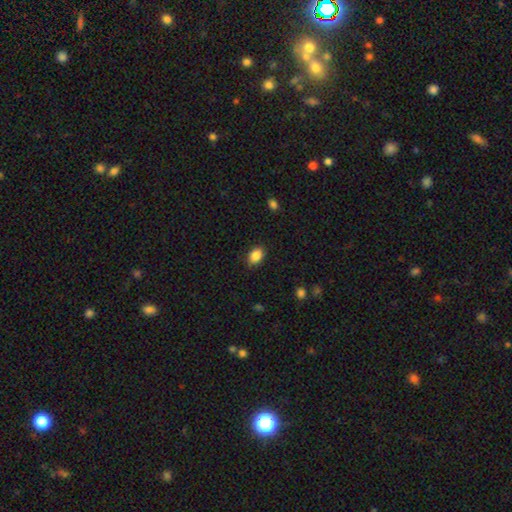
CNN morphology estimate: This appears to be a smooth galaxy with no disk features (87%) that is in between round and cigar-shaped (80%). Merging: none (87%).